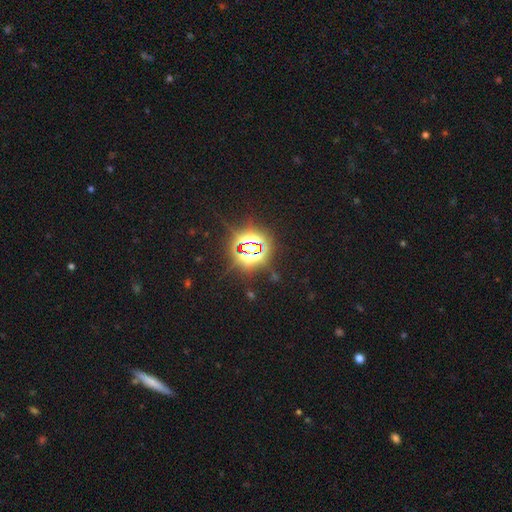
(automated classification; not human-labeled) This appears to be a star or artifact, not a galaxy (81%).